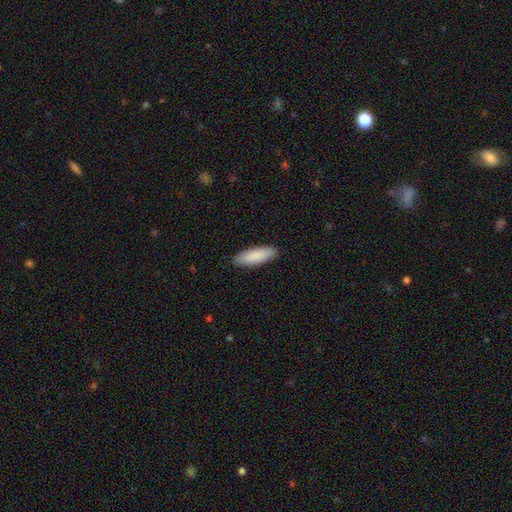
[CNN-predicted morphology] type=smooth (88%); roundness=in between (57%); merging=none (89%).